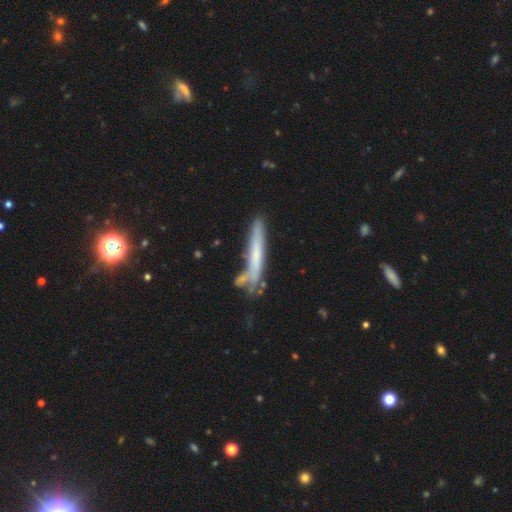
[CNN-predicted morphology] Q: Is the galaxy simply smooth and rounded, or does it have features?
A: smooth — 53%.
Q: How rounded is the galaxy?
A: cigar-shaped — 93%.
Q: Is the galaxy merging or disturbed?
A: none — 57%.